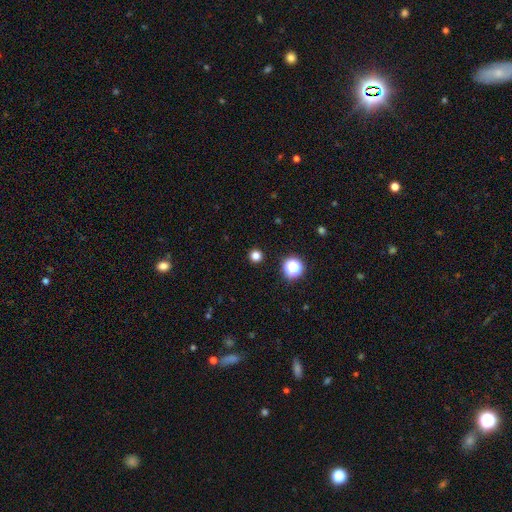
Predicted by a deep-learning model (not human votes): smooth_or_featured: smooth (p=0.78) [alt: star or artifact p=0.19]
how_rounded: round (p=0.95) [alt: in between p=0.04]
merging: none (p=0.92) [alt: minor disturbance p=0.04]